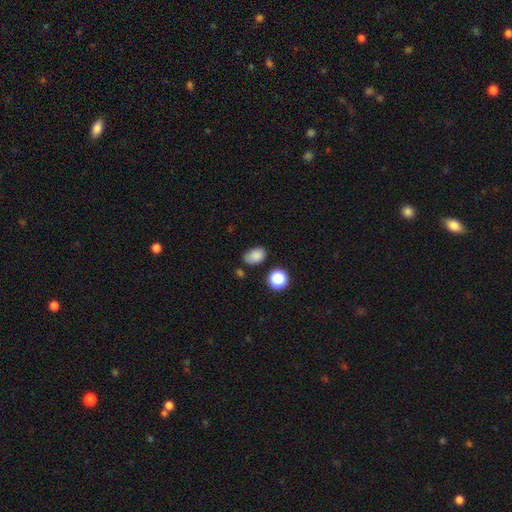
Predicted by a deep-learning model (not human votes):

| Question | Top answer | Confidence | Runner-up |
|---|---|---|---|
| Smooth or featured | smooth | 84% | star or artifact (11%) |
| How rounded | in between | 82% | round (17%) |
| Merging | none | 70% | minor disturbance (21%) |